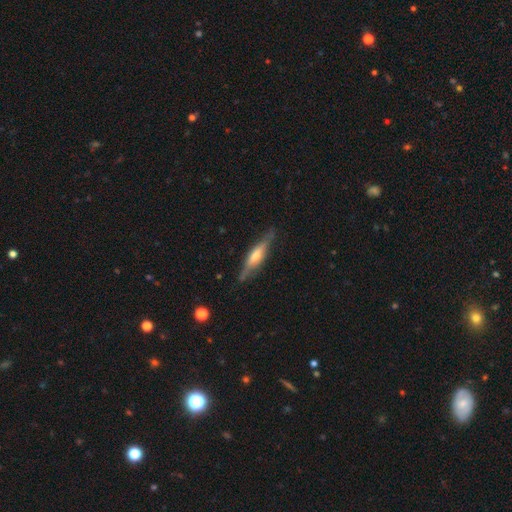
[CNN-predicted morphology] This appears to be a featured or disk galaxy (66%) viewed edge-on (92%) with a rounded central bulge (75%). Merging: none (82%).